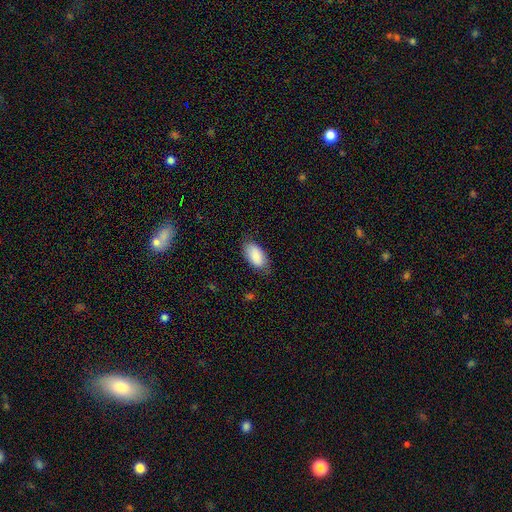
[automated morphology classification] Smooth or featured? Predicted: smooth (p=0.88). How rounded? Predicted: in between (p=0.94). Merging? Predicted: none (p=0.76).